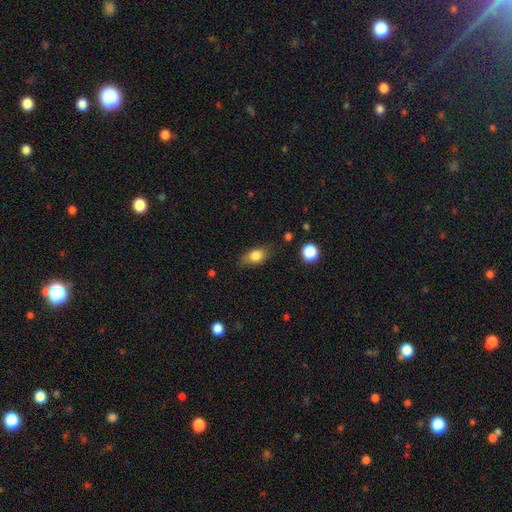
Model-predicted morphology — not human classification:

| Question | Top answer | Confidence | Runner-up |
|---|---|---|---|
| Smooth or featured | smooth | 81% | featured or disk (11%) |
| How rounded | in between | 77% | round (19%) |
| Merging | none | 71% | minor disturbance (22%) |